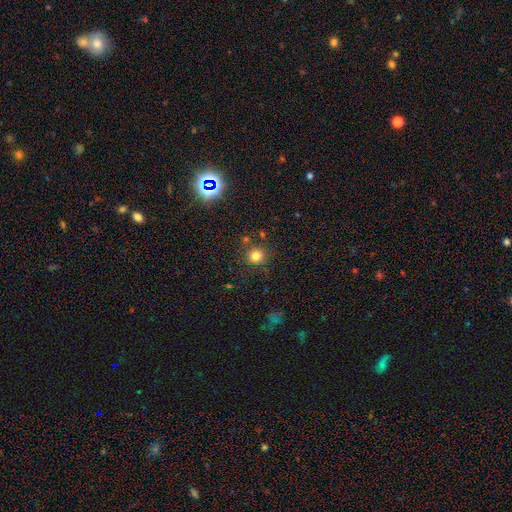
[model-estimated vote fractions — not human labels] Morphology: type=smooth (78%); roundness=round (93%); merging=none (84%).